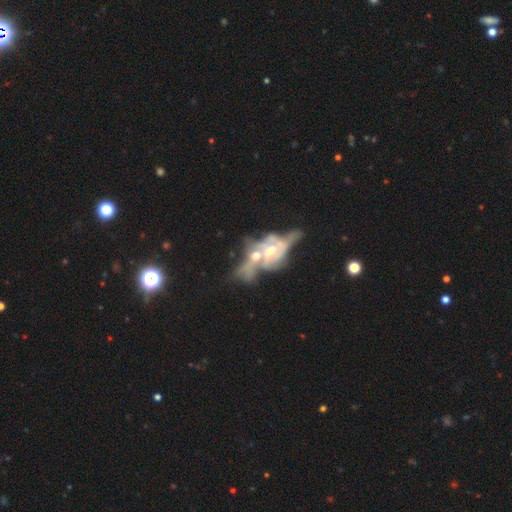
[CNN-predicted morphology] Smooth or featured?
  - featured or disk: 73% *
  - smooth: 18%
  - star or artifact: 10%
Edge-on disk?
  - no: 88% *
  - yes: 12%
Bar?
  - no: 72% *
  - weak: 20%
  - strong: 7%
Spiral arms?
  - no: 56% *
  - yes: 44%
Bulge size?
  - moderate: 62% *
  - small: 17%
  - large: 13%
  - none: 6%
  - dominant: 2%
Merging?
  - merger: 68% *
  - major disturbance: 15%
  - none: 10%
  - minor disturbance: 7%